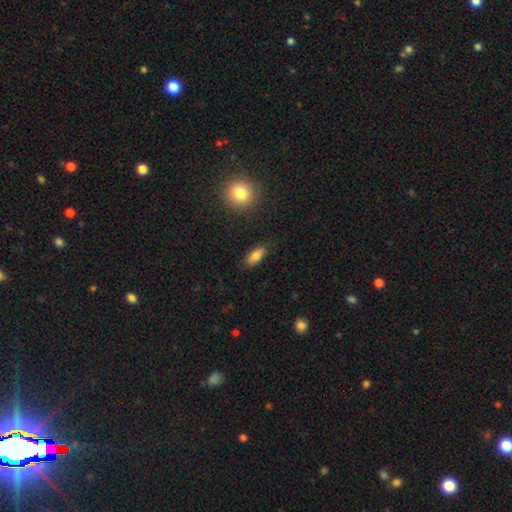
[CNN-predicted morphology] This is likely a smooth galaxy (78%). How rounded: clearly in between (83%). Merging: clearly none (84%).